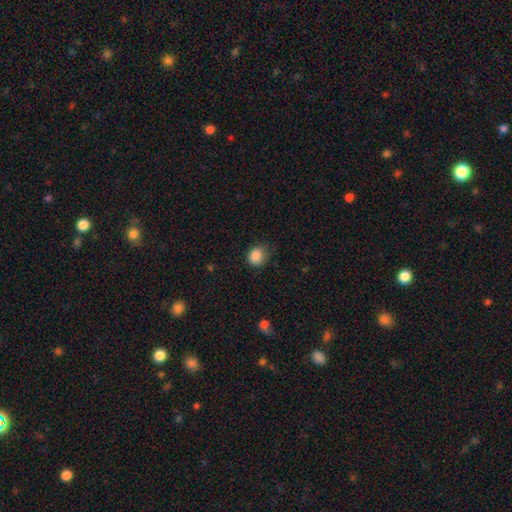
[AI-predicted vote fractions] Smooth or featured? Predicted: smooth (p=0.86). How rounded? Predicted: round (p=0.69). Merging? Predicted: none (p=0.67).